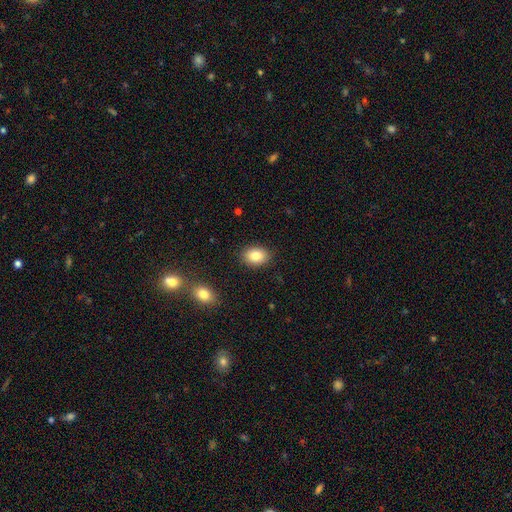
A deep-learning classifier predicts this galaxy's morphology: Overall: smooth (84%). How rounded: in between (76%). Merging: none (88%).